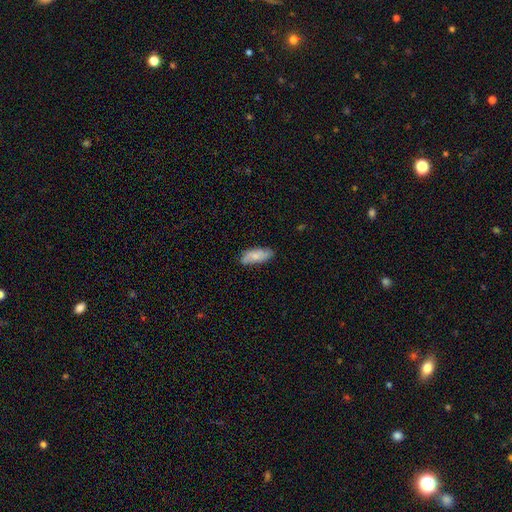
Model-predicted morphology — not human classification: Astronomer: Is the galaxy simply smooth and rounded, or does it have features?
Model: smooth — 67%.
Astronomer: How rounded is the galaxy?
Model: in between — 77%.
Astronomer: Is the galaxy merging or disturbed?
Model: none — 72%.